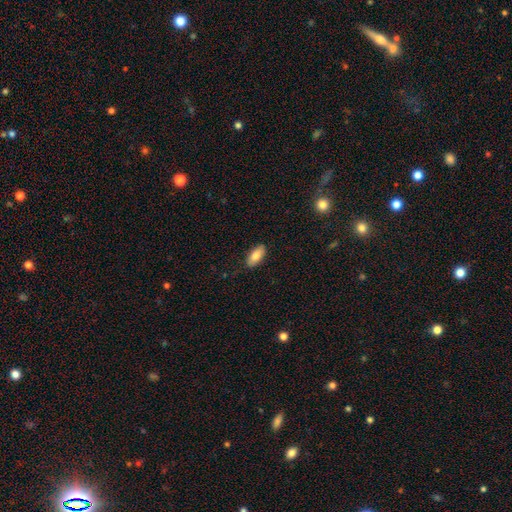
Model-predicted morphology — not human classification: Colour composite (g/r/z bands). It shows a smooth galaxy with no disk features (82%) that is in between round and cigar-shaped (88%). Merging: none (87%).